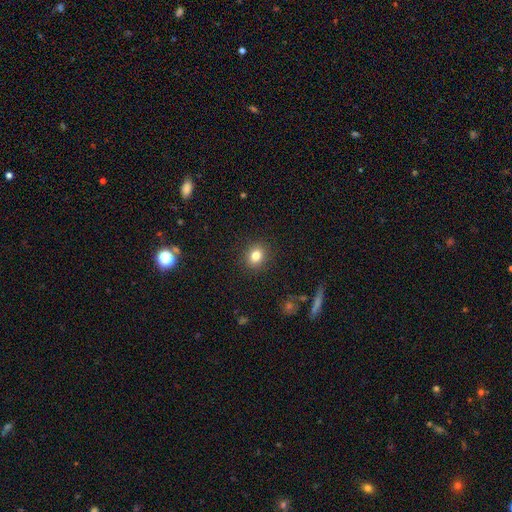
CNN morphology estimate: Smooth or featured? Predicted: smooth (p=0.81). How rounded? Predicted: round (p=0.67). Merging? Predicted: none (p=0.90).